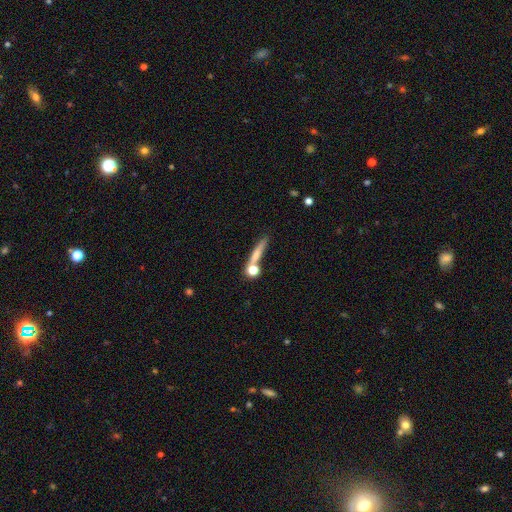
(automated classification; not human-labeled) This is likely a smooth galaxy (64%). How rounded: likely cigar-shaped (73%). Merging: likely none (63%).